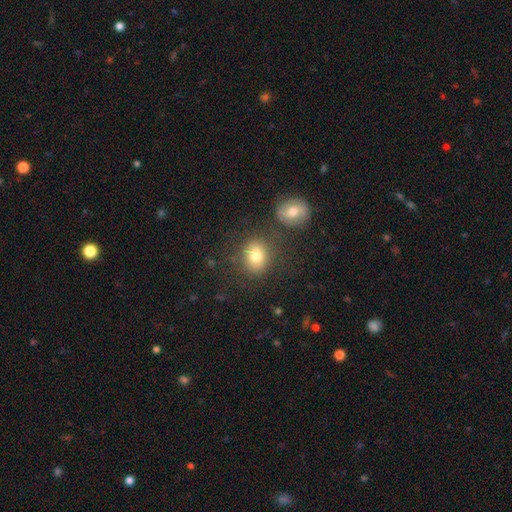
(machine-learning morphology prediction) Overall: smooth (79%). How rounded: round (60%; in between 39%). Merging: none (74%).